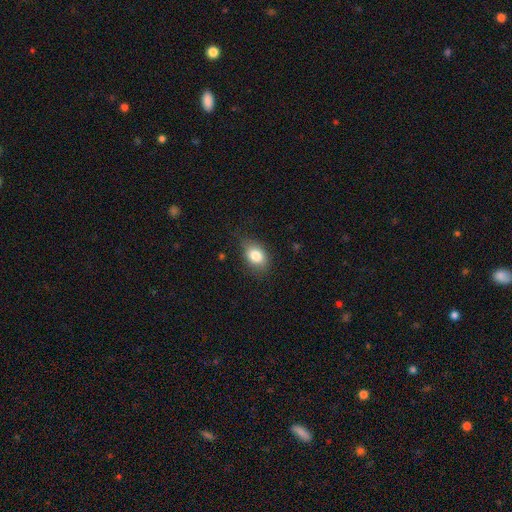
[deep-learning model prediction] Smooth or featured? smooth (82%)
How rounded? in between (79%)
Merging? none (77%)